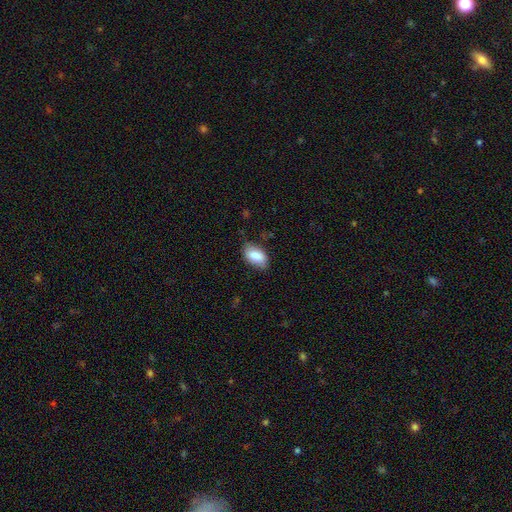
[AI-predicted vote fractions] The model was most divided on "merging": none: 76%, minor disturbance: 19%, major disturbance: 4%, merger: 1%. More confident: how rounded — in between (93%); smooth or featured — smooth (85%).